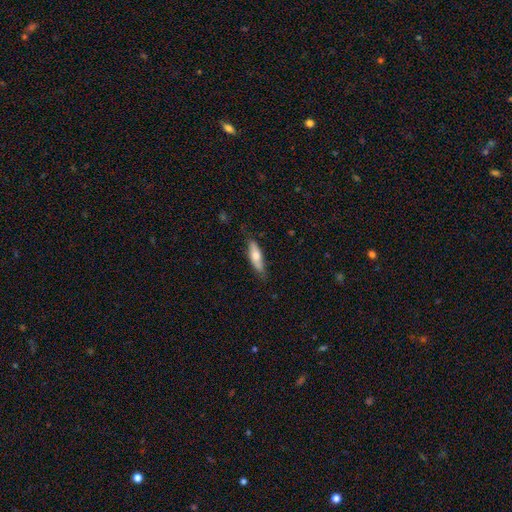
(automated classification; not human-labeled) This is likely a smooth galaxy (63%). How rounded: possibly cigar-shaped (53%). Merging: likely none (76%).